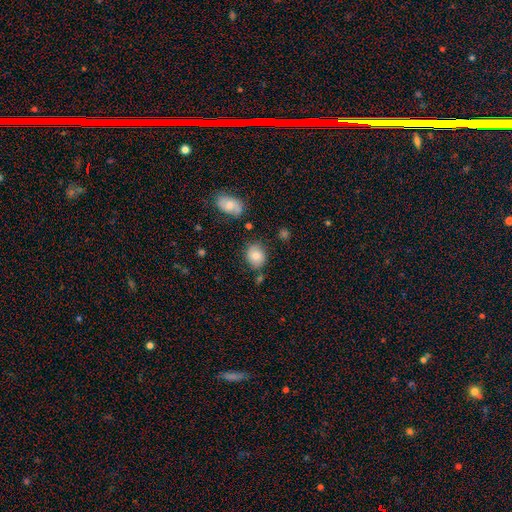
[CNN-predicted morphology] type=smooth (77%); roundness=round (60%); merging=none (76%).